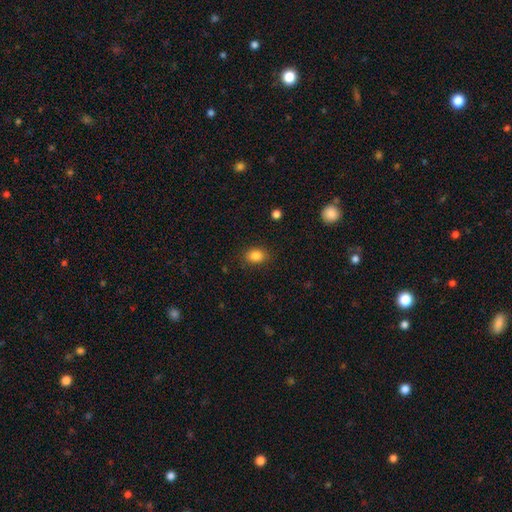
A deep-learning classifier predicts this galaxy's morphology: smooth_or_featured: smooth (p=0.85) [alt: star or artifact p=0.10]
how_rounded: in between (p=0.69) [alt: round p=0.30]
merging: none (p=0.86) [alt: minor disturbance p=0.10]